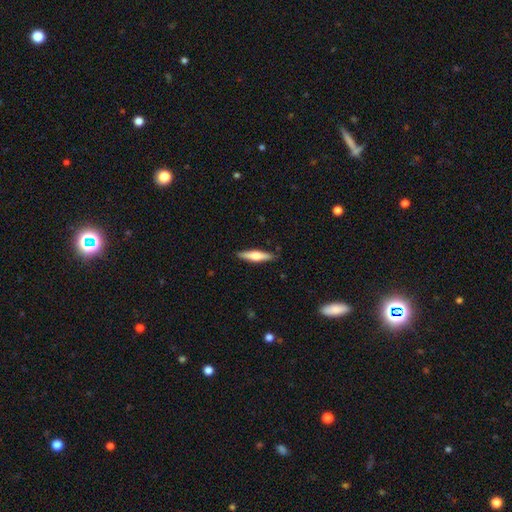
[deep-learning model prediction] A smooth galaxy with no disk features (48%).

Vote fractions:
- Smooth or featured? smooth: 48% / featured or disk: 47% / star or artifact: 5%
- Merging? none: 88% / minor disturbance: 9% / major disturbance: 2% / merger: 1%